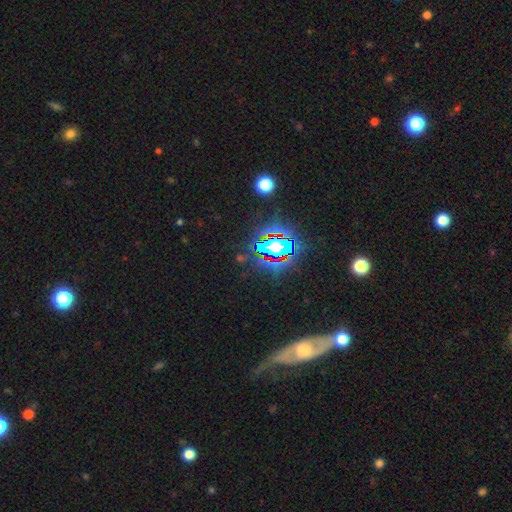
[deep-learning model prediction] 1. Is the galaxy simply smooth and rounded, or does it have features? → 48% star or artifact, 32% featured or disk, 20% smooth.